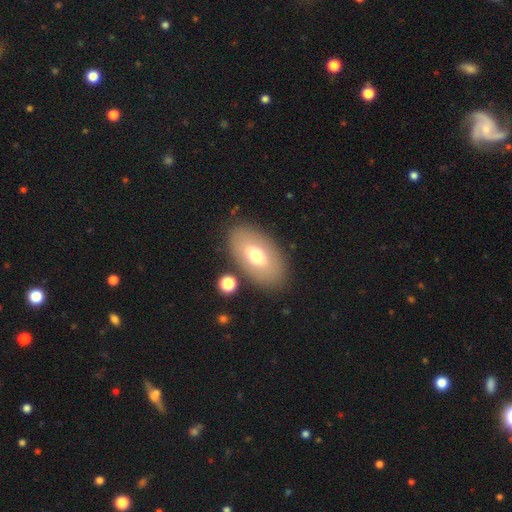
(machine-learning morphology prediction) Overall: smooth (66%; featured or disk 26%). How rounded: in between (93%). Merging: none (82%).